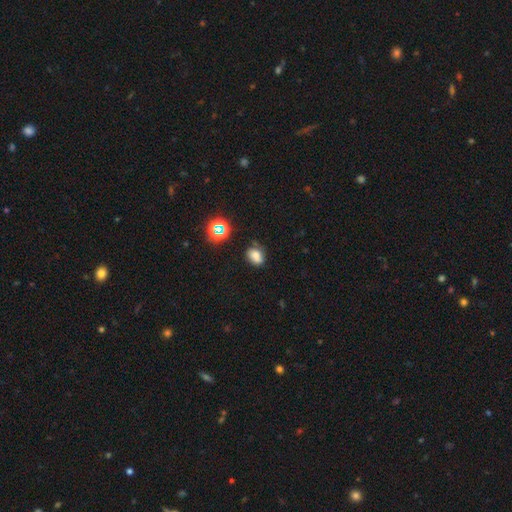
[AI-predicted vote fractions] Smooth or featured? smooth (66%)
How rounded? in between (64%)
Merging? none (64%)